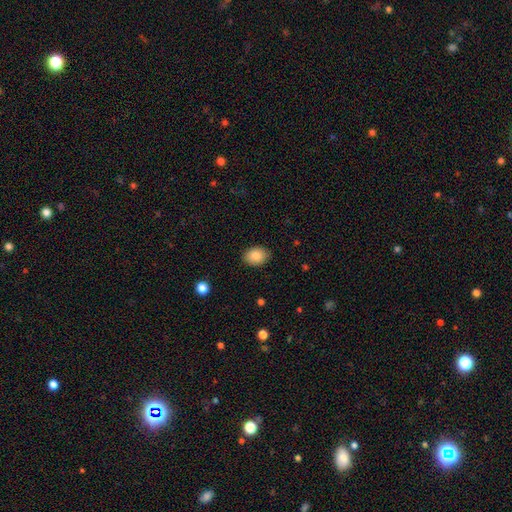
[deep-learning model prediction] This appears to be a smooth galaxy with no disk features (87%) that is in between round and cigar-shaped (69%). Merging: none (87%).